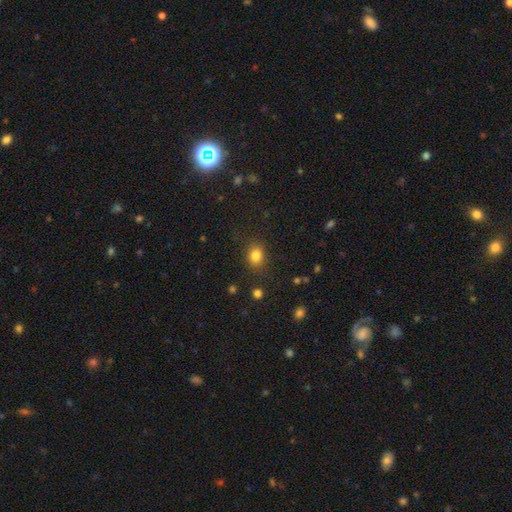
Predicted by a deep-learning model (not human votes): This is clearly a smooth galaxy (82%). How rounded: possibly round (55%). Merging: clearly none (83%).